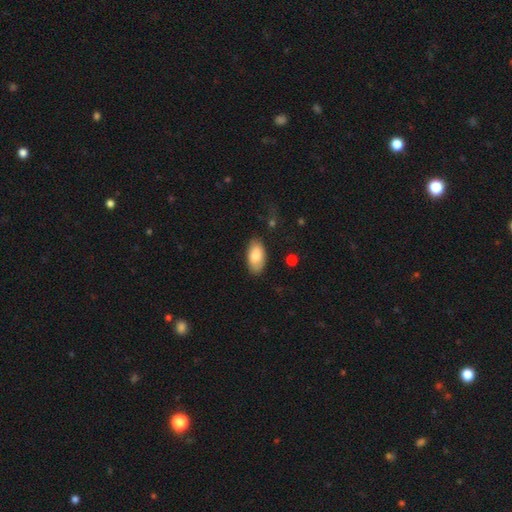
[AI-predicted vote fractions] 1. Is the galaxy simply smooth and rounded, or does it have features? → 84% smooth, 10% featured or disk, 6% star or artifact.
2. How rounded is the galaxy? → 94% in between, 3% cigar-shaped, 3% round.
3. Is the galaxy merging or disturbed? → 83% none, 13% minor disturbance, 3% major disturbance, 2% merger.